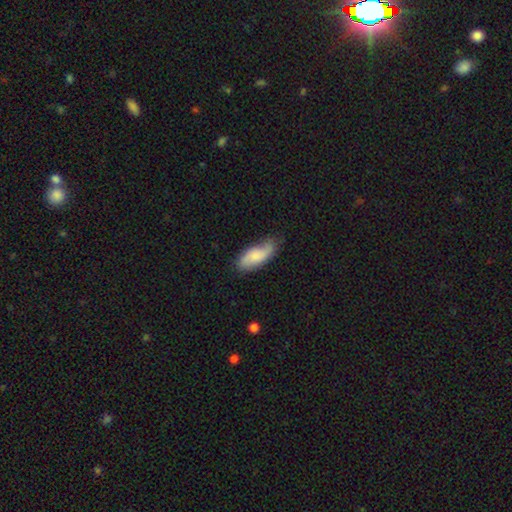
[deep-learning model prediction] smooth 64%, featured or disk 29%, star or artifact 6%. Down the decision tree: how rounded — in between (80%); merging — none (61%).